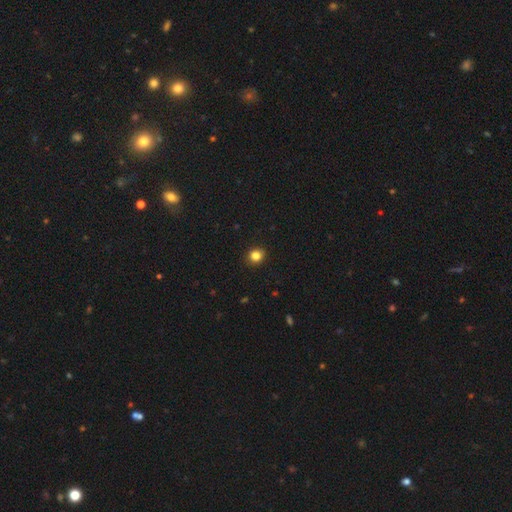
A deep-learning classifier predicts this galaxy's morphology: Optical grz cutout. It shows a smooth galaxy with no disk features (84%) that is round (83%). Merging: none (92%).